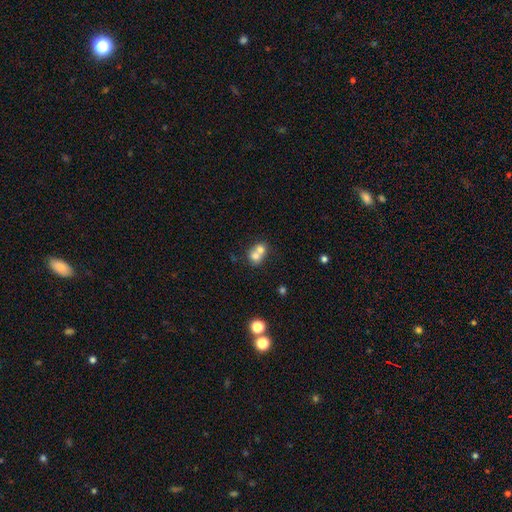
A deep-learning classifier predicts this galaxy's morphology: smooth 70%, featured or disk 20%, star or artifact 11%. Down the decision tree: how rounded — round (68%); merging — merger (69%).